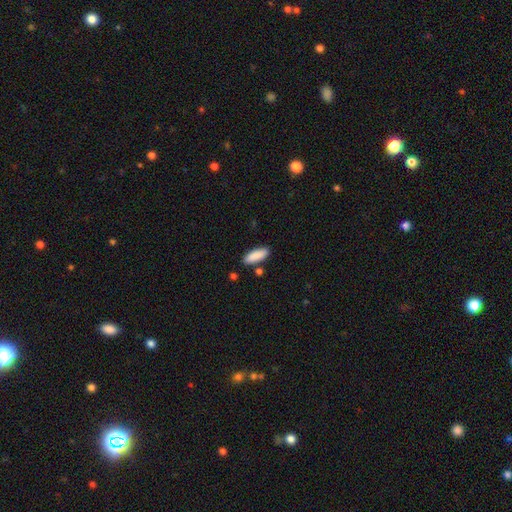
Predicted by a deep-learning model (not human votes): This appears to be a smooth galaxy with no disk features (89%) that is in between round and cigar-shaped (61%). Merging: none (83%).